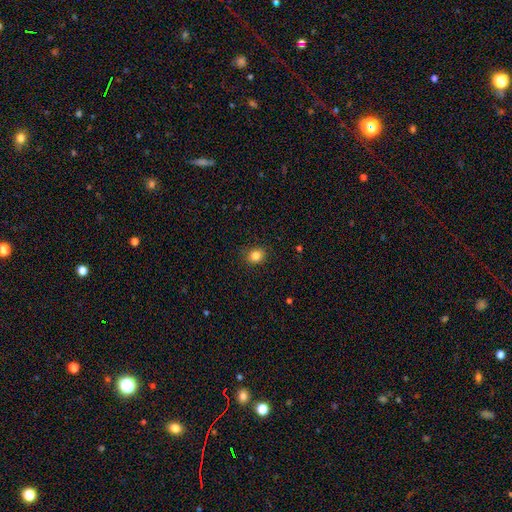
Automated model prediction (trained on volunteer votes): A smooth galaxy with no disk features (84%) that is round (69%).

Vote fractions:
- Smooth or featured? smooth: 84% / star or artifact: 11% / featured or disk: 5%
- How rounded? round: 69% / in between: 30% / cigar-shaped: 1%
- Merging? none: 88% / minor disturbance: 9% / major disturbance: 2% / merger: 1%